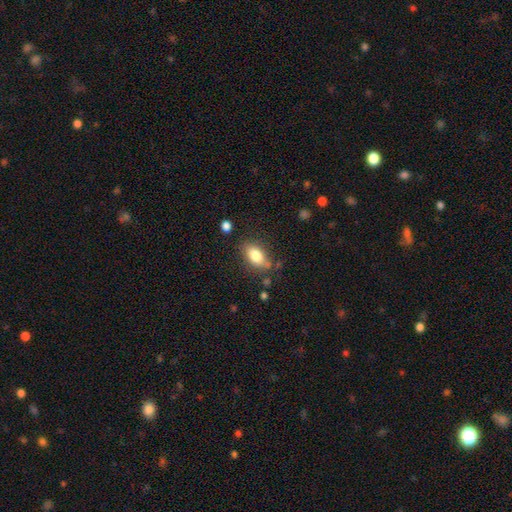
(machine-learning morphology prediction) Smooth or featured?
  - smooth: 79% *
  - featured or disk: 13%
  - star or artifact: 8%
How rounded?
  - in between: 87% *
  - round: 8%
  - cigar-shaped: 6%
Merging?
  - none: 74% *
  - minor disturbance: 18%
  - major disturbance: 5%
  - merger: 4%